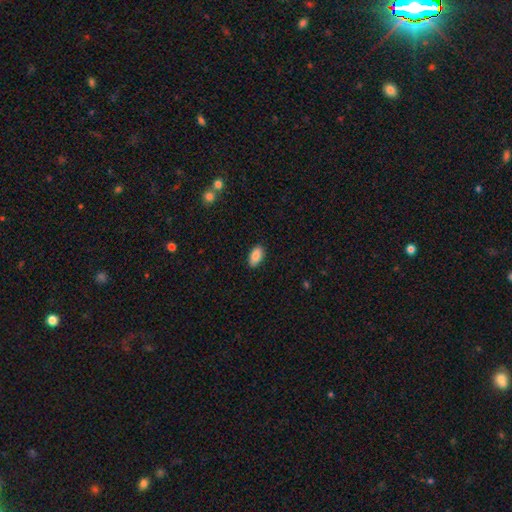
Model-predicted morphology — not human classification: The model was most divided on "merging": none: 87%, minor disturbance: 10%, major disturbance: 2%, merger: 1%. More confident: how rounded — in between (93%); smooth or featured — smooth (86%).